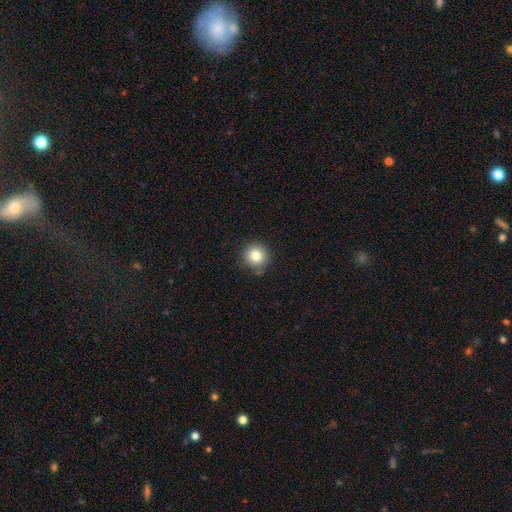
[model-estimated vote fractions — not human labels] This is clearly a smooth galaxy (82%). How rounded: clearly round (94%). Merging: clearly none (85%).